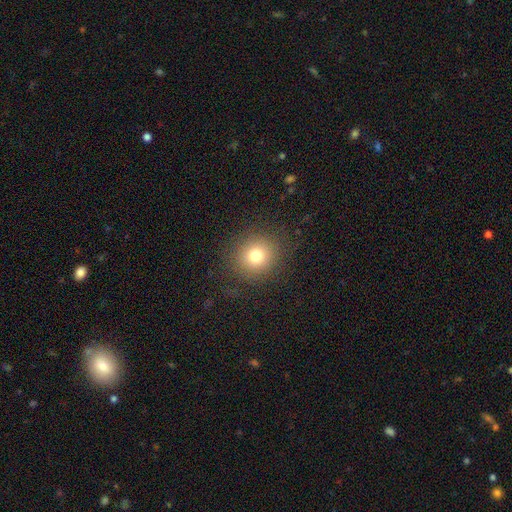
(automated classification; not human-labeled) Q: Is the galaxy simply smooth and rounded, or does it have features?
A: smooth — 76%.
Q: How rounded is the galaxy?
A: round — 86%.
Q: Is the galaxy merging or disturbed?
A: none — 85%.